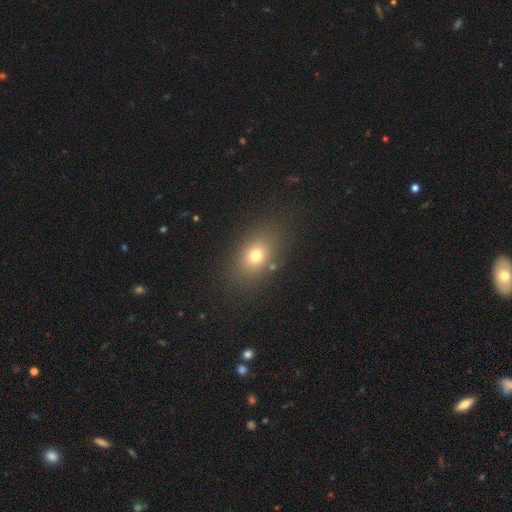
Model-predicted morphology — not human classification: Q: Smooth or featured?
A: smooth (73%); runner-up: star or artifact (15%)
Q: How rounded?
A: in between (71%); runner-up: round (27%)
Q: Merging?
A: none (83%); runner-up: minor disturbance (10%)